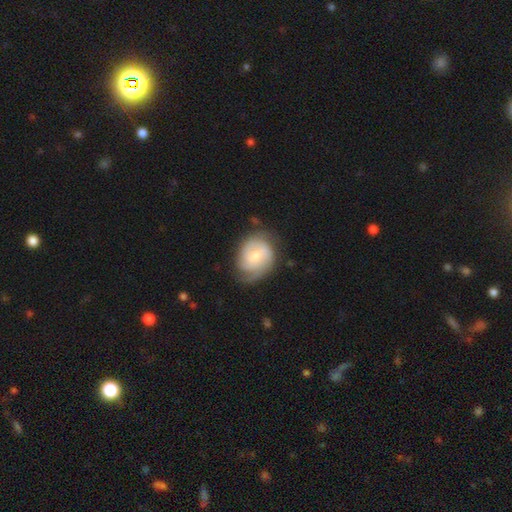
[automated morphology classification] Smooth or featured?
  - featured or disk: 70% *
  - smooth: 24%
  - star or artifact: 5%
Edge-on disk?
  - no: 97% *
  - yes: 3%
Bar?
  - weak: 50% *
  - no: 40%
  - strong: 10%
Spiral arms?
  - yes: 92% *
  - no: 8%
Spiral winding?
  - tight: 50% *
  - medium: 37%
  - loose: 13%
Spiral arm count?
  - 2: 50% *
  - can't tell: 23%
  - 3: 12%
  - 1: 10%
  - 4: 3%
  - more than 4: 2%
Bulge size?
  - moderate: 52% *
  - small: 39%
  - large: 4%
  - none: 3%
  - dominant: 1%
Merging?
  - none: 64% *
  - minor disturbance: 24%
  - major disturbance: 11%
  - merger: 2%